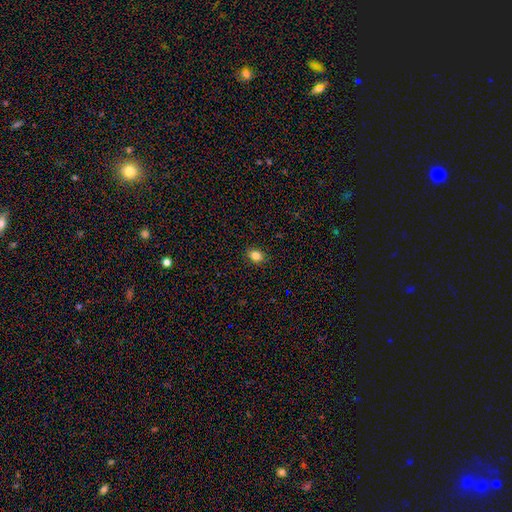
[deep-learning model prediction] Smooth or featured?
  - smooth: 84% *
  - star or artifact: 11%
  - featured or disk: 6%
How rounded?
  - in between: 66% *
  - round: 33%
  - cigar-shaped: 1%
Merging?
  - none: 89% *
  - minor disturbance: 9%
  - major disturbance: 2%
  - merger: 1%